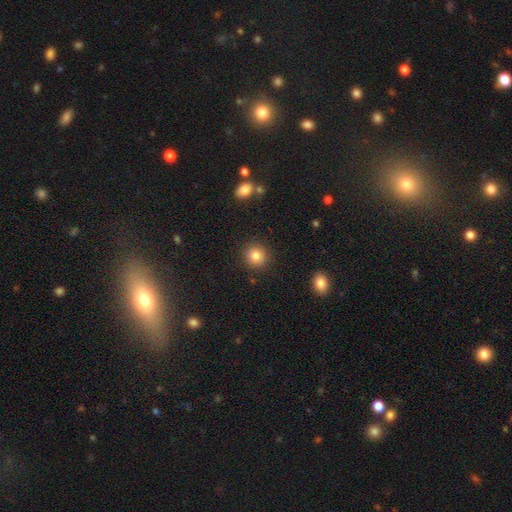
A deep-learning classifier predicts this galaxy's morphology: A smooth galaxy with no disk features (83%) that is round (90%).

Vote fractions:
- Smooth or featured? smooth: 83% / star or artifact: 10% / featured or disk: 7%
- How rounded? round: 90% / in between: 9% / cigar-shaped: 1%
- Merging? none: 90% / minor disturbance: 6% / major disturbance: 2% / merger: 2%